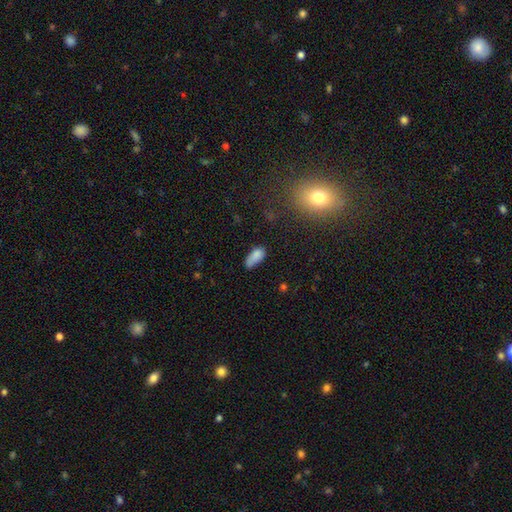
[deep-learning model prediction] smooth 81%, star or artifact 10%, featured or disk 8%. Down the decision tree: how rounded — in between (84%); merging — none (48%).